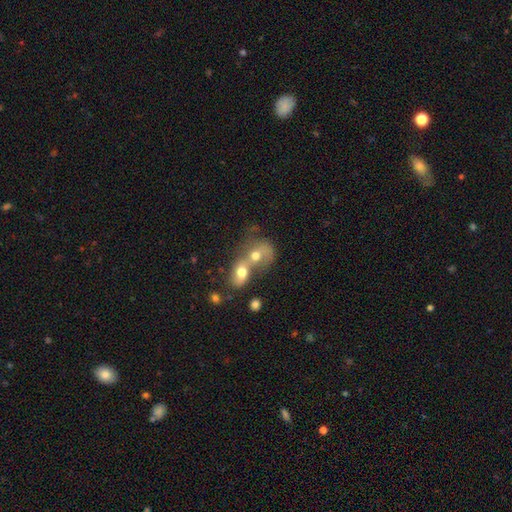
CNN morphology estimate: smooth-or-featured: smooth: 61% | featured or disk: 28% | star or artifact: 10%
  how-rounded: in between: 51% | round: 47% | cigar-shaped: 2%
  merging: merger: 78% | none: 11% | major disturbance: 6% | minor disturbance: 5%